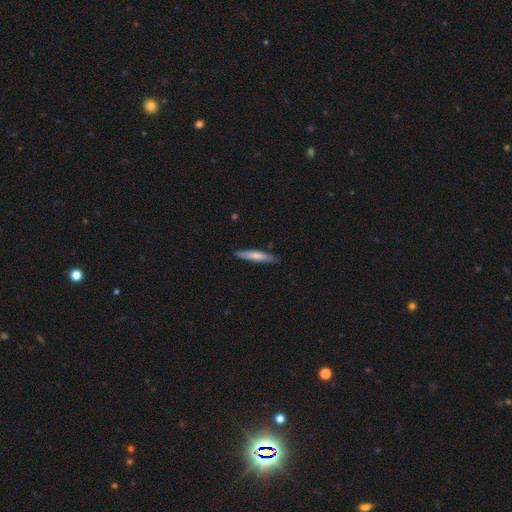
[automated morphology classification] Smooth or featured?
  - smooth: 67% *
  - featured or disk: 28%
  - star or artifact: 5%
How rounded?
  - cigar-shaped: 89% *
  - in between: 10%
  - round: 1%
Merging?
  - none: 86% *
  - minor disturbance: 11%
  - major disturbance: 2%
  - merger: 1%